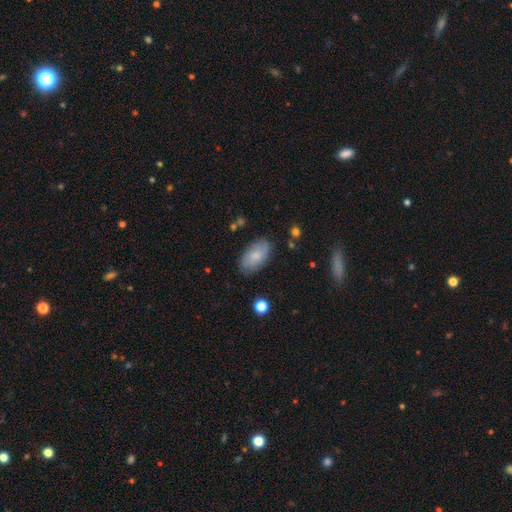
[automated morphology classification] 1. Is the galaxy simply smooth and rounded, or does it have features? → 70% smooth, 23% featured or disk, 7% star or artifact.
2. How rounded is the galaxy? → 94% in between, 4% round, 2% cigar-shaped.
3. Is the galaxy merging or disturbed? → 80% none, 15% minor disturbance, 3% major disturbance, 2% merger.